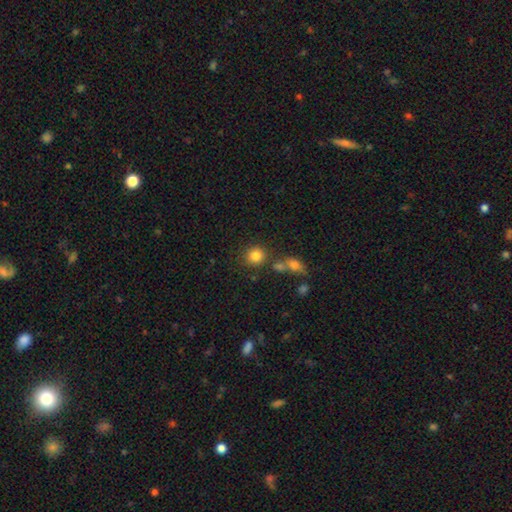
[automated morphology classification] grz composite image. It shows a smooth galaxy with no disk features (82%) that is round (87%). Merging: none (74%).